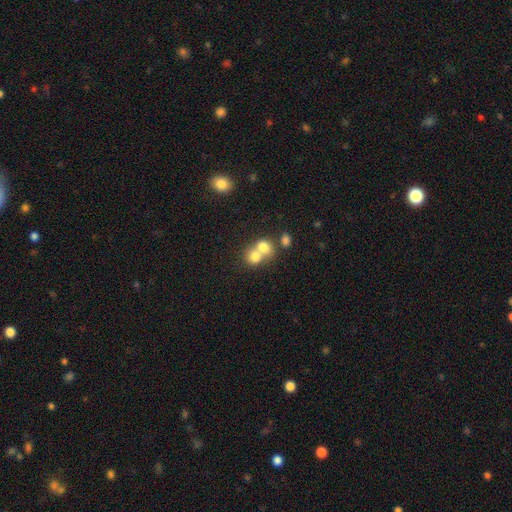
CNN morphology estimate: Smooth or featured? Predicted: smooth (p=0.75). How rounded? Predicted: round (p=0.66). Merging? Predicted: merger (p=0.67).